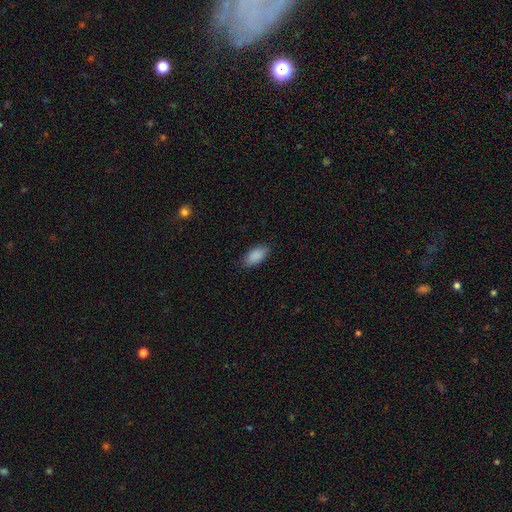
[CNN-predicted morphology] A smooth galaxy with no disk features (89%) that is in between round and cigar-shaped (92%). Merging: none (84%).